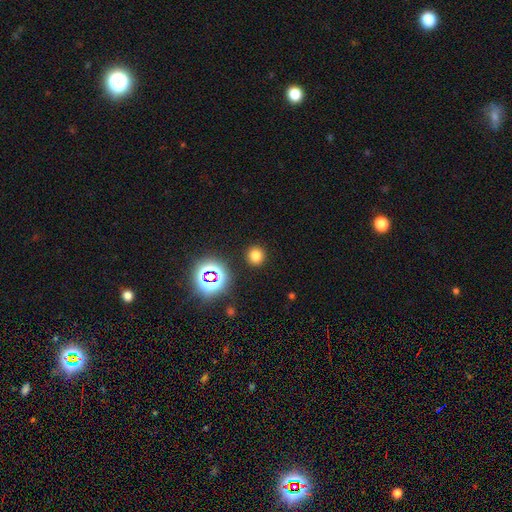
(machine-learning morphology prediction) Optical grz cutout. It shows a smooth galaxy with no disk features (73%) that is round (89%). Merging: none (89%).